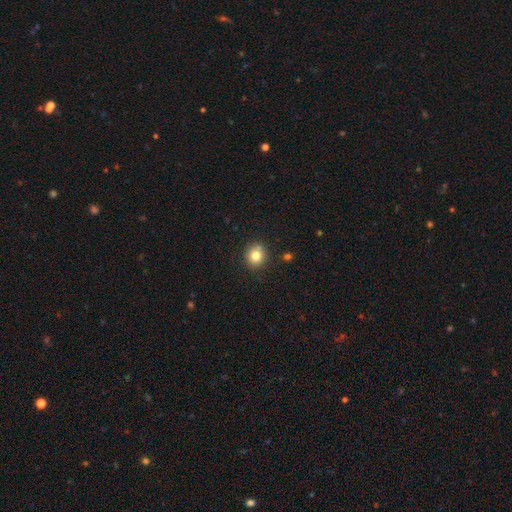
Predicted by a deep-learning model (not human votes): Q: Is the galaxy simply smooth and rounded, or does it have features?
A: smooth — 81%.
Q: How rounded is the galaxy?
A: round — 83%.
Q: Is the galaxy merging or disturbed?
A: none — 86%.